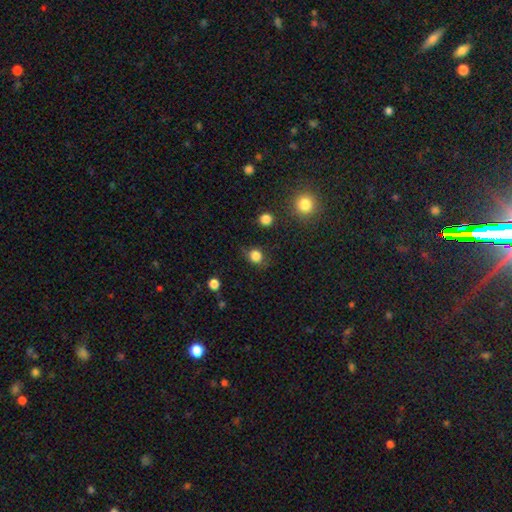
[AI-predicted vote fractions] Overall: smooth (83%). How rounded: round (77%). Merging: none (75%).